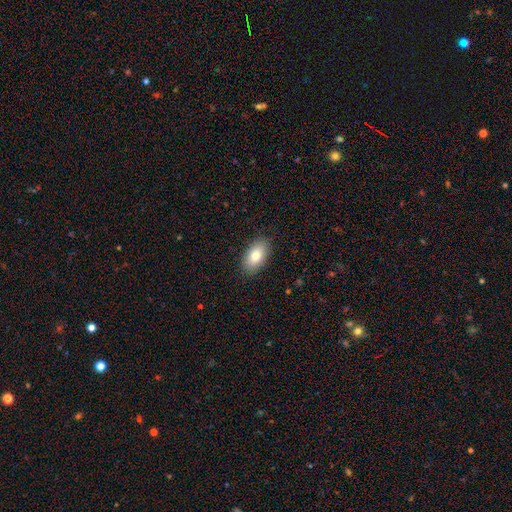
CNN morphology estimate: Overall: smooth (79%). How rounded: in between (93%). Merging: none (88%).